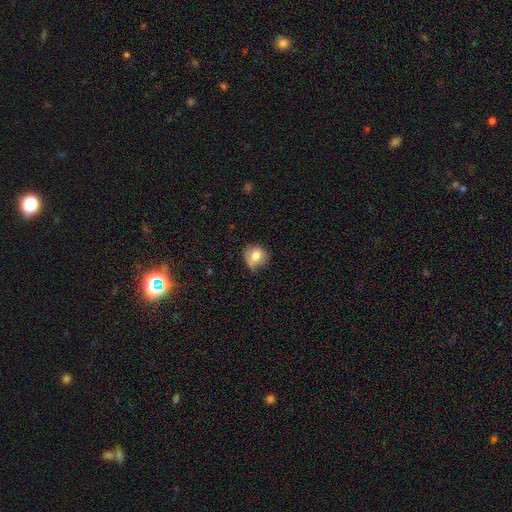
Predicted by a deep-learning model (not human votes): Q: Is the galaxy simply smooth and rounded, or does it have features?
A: smooth — 77%.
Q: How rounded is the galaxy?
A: round — 80%.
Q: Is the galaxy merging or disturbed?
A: none — 61%.